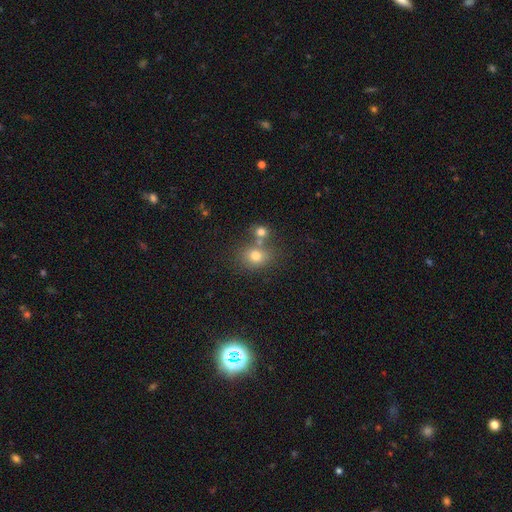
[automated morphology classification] smooth 75%, star or artifact 14%, featured or disk 11%. Down the decision tree: how rounded — round (64%); merging — none (56%).